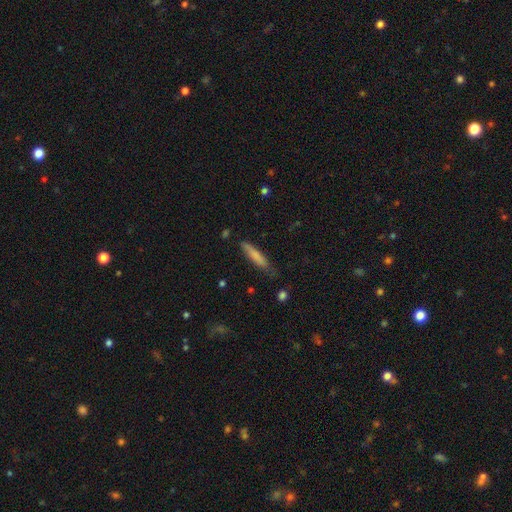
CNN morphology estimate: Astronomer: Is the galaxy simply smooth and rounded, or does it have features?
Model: smooth — 76%.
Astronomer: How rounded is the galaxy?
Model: cigar-shaped — 89%.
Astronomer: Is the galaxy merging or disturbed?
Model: none — 74%.